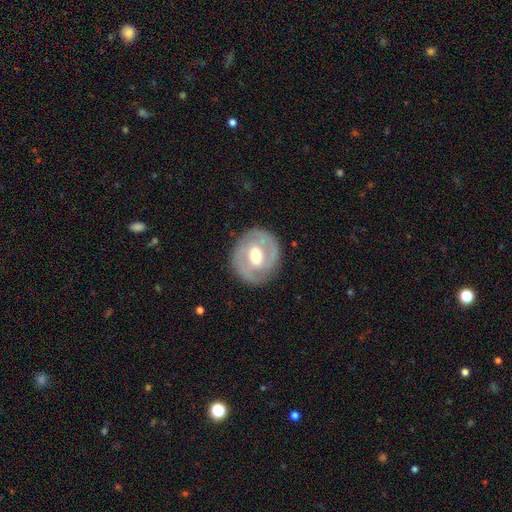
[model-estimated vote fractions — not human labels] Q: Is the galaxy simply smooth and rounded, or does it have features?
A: featured or disk — 78%.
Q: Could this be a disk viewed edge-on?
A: no — 97%.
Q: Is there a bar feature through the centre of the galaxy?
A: weak — 48%.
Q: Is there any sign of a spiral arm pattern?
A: yes — 81%.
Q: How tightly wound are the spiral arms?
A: tight — 51%.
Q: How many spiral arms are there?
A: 2 — 74%.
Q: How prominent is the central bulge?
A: moderate — 73%.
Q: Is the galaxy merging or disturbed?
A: none — 83%.